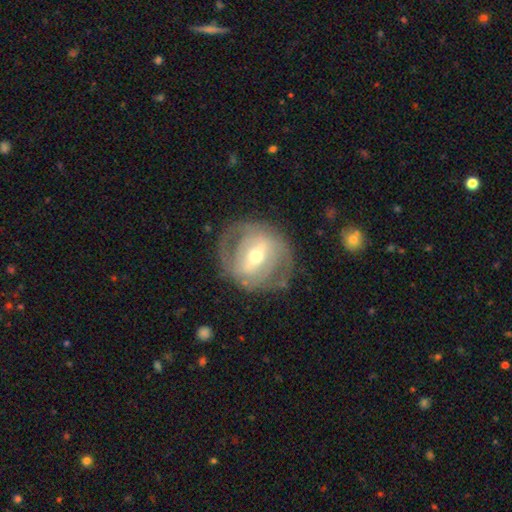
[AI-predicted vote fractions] Smooth or featured?
  - featured or disk: 73% *
  - smooth: 20%
  - star or artifact: 6%
Edge-on disk?
  - no: 94% *
  - yes: 6%
Bar?
  - strong: 47% *
  - weak: 34%
  - no: 19%
Spiral arms?
  - yes: 61% *
  - no: 39%
Bulge size?
  - moderate: 51% *
  - small: 43%
  - large: 4%
  - dominant: 1%
  - none: 1%
Merging?
  - none: 74% *
  - minor disturbance: 14%
  - major disturbance: 9%
  - merger: 2%